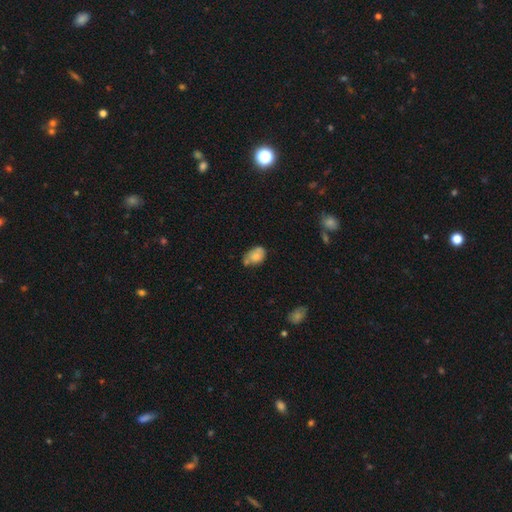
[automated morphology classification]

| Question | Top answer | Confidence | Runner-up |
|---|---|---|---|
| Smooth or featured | smooth | 73% | featured or disk (18%) |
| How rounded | in between | 80% | round (19%) |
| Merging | none | 41% | minor disturbance (33%) |